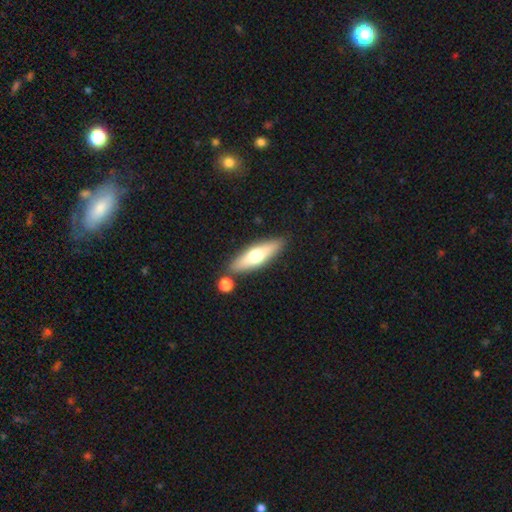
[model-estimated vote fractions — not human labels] A smooth galaxy with no disk features (54%) that is cigar-shaped (62%). Merging: none (81%).